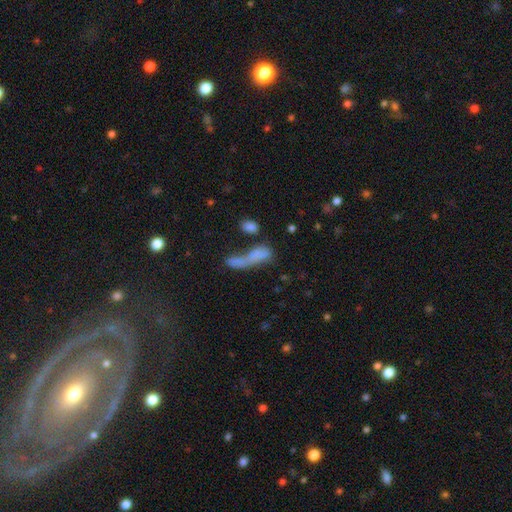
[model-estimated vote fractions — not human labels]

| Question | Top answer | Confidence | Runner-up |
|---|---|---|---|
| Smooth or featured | smooth | 66% | featured or disk (21%) |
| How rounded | in between | 50% | cigar-shaped (44%) |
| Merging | merger | 49% | none (23%) |